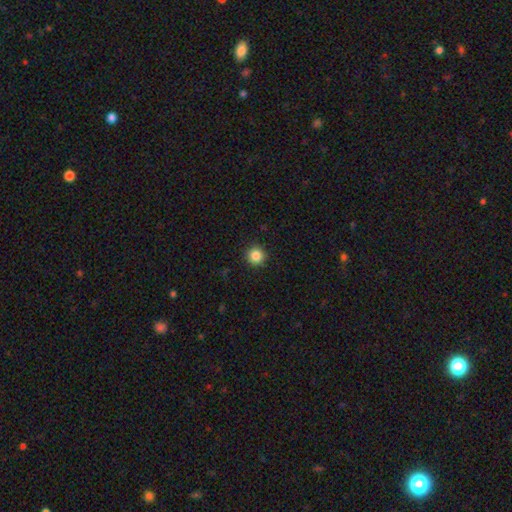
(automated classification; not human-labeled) Smooth or featured: smooth — 86% (star or artifact — 11%)
How rounded: round — 96% (in between — 3%)
Merging: none — 93% (minor disturbance — 5%)